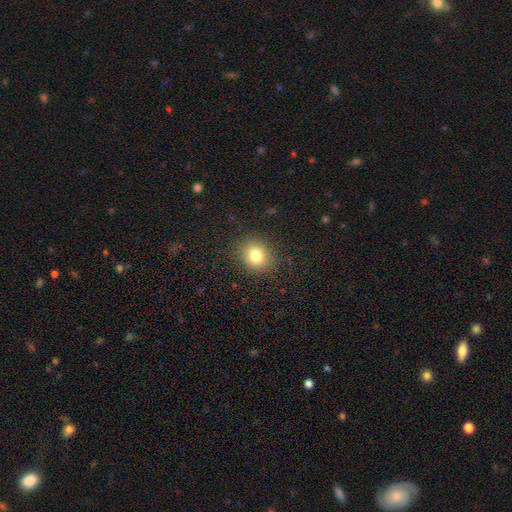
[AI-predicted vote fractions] smooth_or_featured: smooth (p=0.79) [alt: star or artifact p=0.12]
how_rounded: round (p=0.74) [alt: in between p=0.25]
merging: none (p=0.88) [alt: minor disturbance p=0.08]